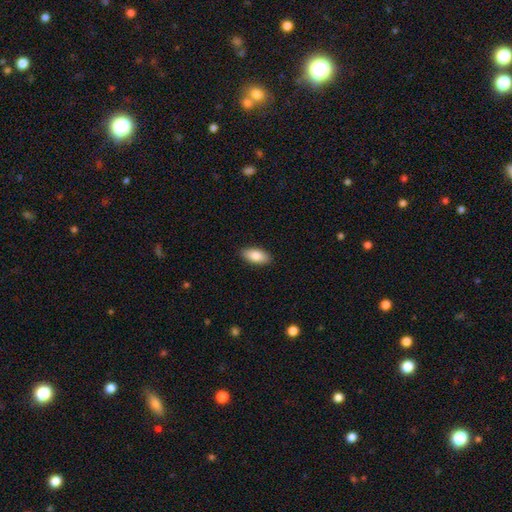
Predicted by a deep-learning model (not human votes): This appears to be a smooth galaxy with no disk features (84%) that is in between round and cigar-shaped (91%). Merging: none (89%).